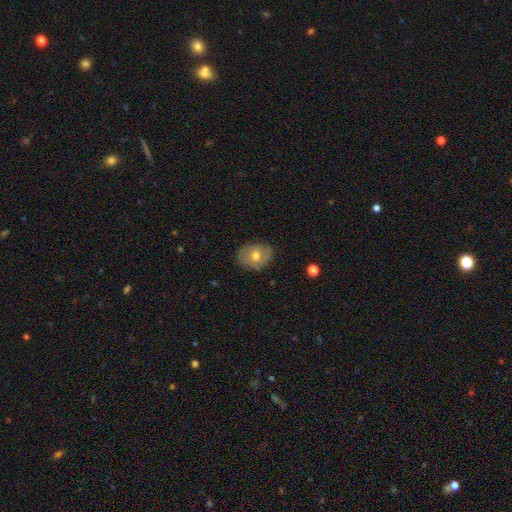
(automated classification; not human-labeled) Smooth or featured: smooth — 53% (featured or disk — 40%)
How rounded: in between — 61% (round — 38%)
Merging: none — 76% (minor disturbance — 18%)